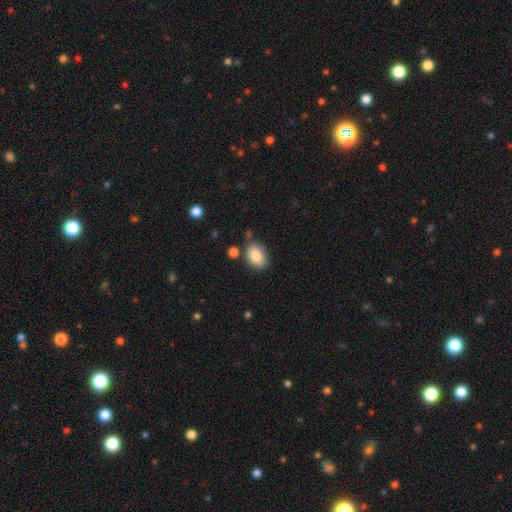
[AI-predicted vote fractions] A smooth galaxy with no disk features (84%) that is in between round and cigar-shaped (84%). Merging: none (69%).